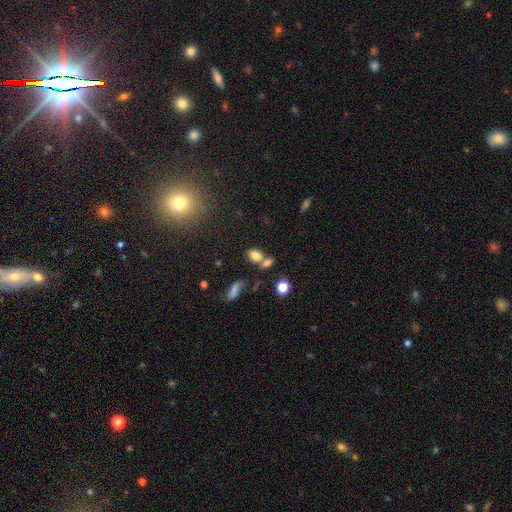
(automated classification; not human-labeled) Smooth or featured: smooth — 77% (star or artifact — 13%)
How rounded: in between — 80% (round — 17%)
Merging: none — 46% (merger — 36%)